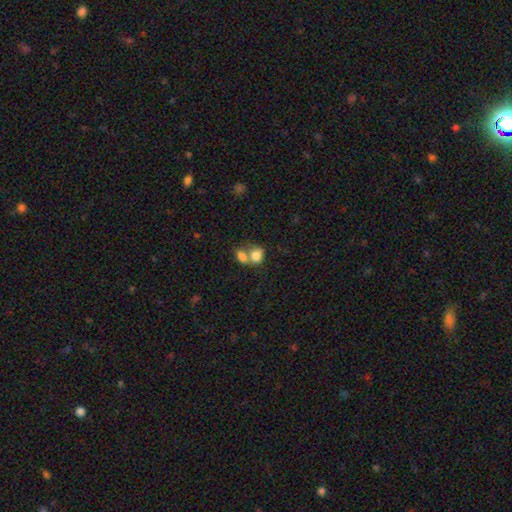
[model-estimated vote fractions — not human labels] Smooth or featured: smooth — 80% (featured or disk — 11%)
How rounded: in between — 63% (round — 36%)
Merging: merger — 63% (none — 24%)